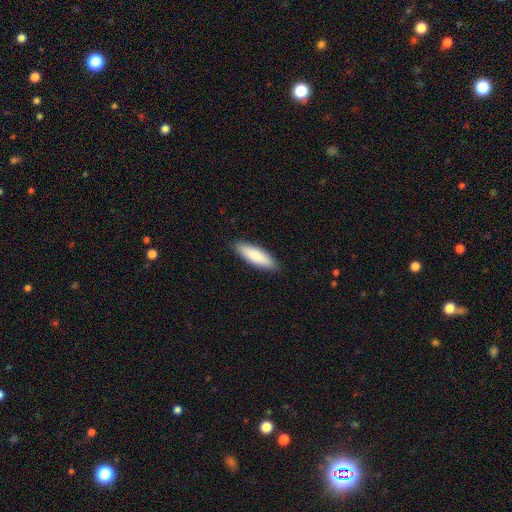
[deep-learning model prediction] The model was most divided on "how rounded": cigar-shaped: 55%, in between: 44%, round: 1%. More confident: merging — none (90%); smooth or featured — smooth (85%).